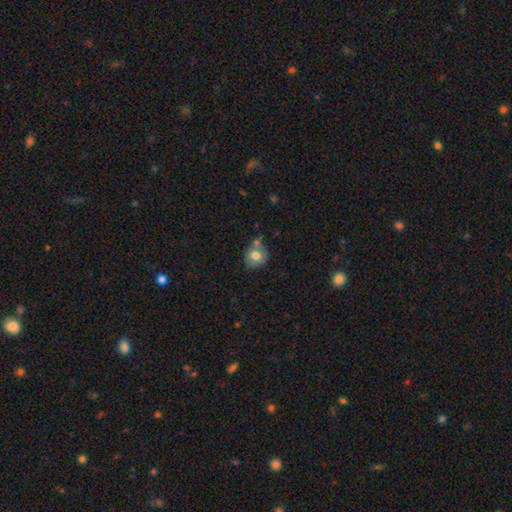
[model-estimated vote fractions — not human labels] Overall: smooth (74%). How rounded: round (83%). Merging: none (62%).